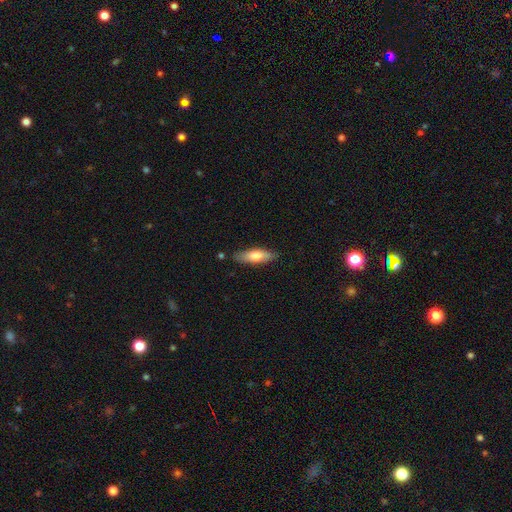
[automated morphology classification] smooth-or-featured: smooth: 72% | featured or disk: 22% | star or artifact: 6%
  how-rounded: in between: 53% | cigar-shaped: 45% | round: 2%
  merging: none: 81% | minor disturbance: 14% | major disturbance: 2% | merger: 2%